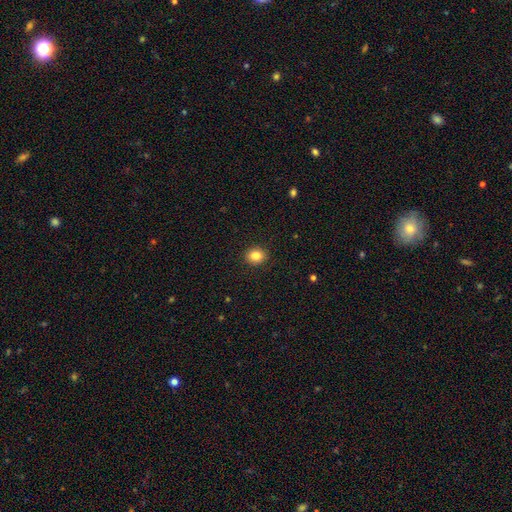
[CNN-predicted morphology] Q: Smooth or featured?
A: smooth (84%); runner-up: star or artifact (10%)
Q: How rounded?
A: round (68%); runner-up: in between (31%)
Q: Merging?
A: none (91%); runner-up: minor disturbance (6%)